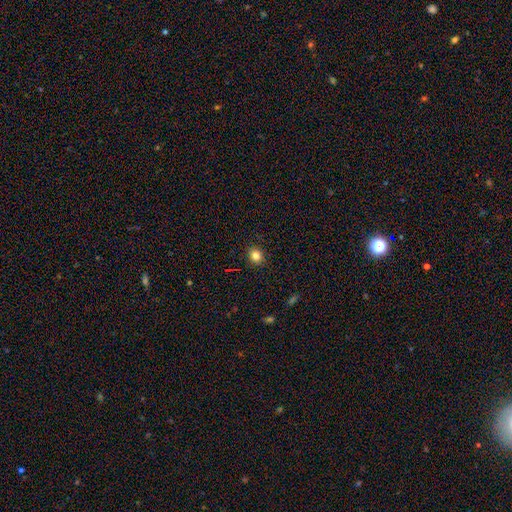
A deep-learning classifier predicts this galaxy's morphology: type=smooth (82%); roundness=round (77%); merging=none (91%).